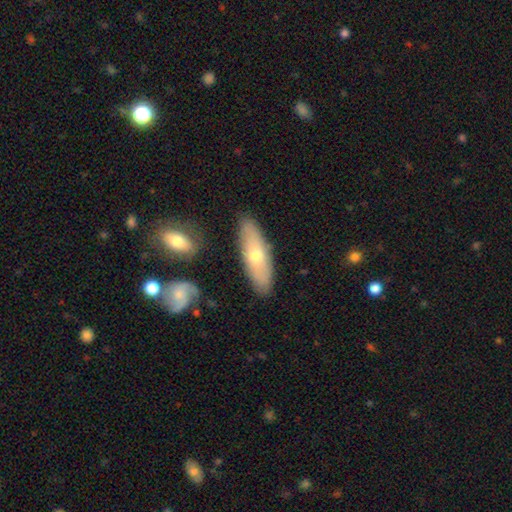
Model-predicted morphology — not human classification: smooth 54%, featured or disk 40%, star or artifact 6%. Down the decision tree: how rounded — in between (54%); merging — none (83%).